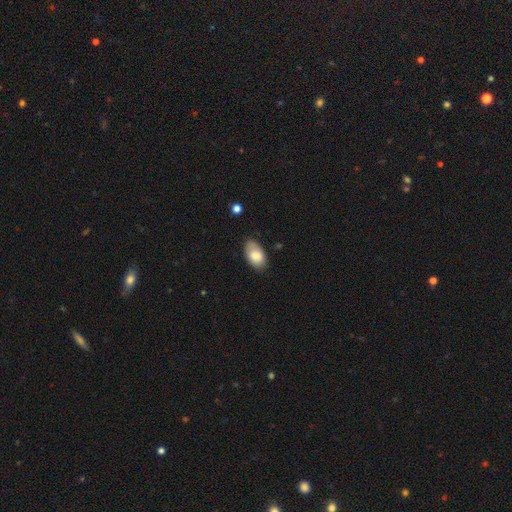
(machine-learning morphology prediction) type=smooth (79%); roundness=in between (93%); merging=none (75%).